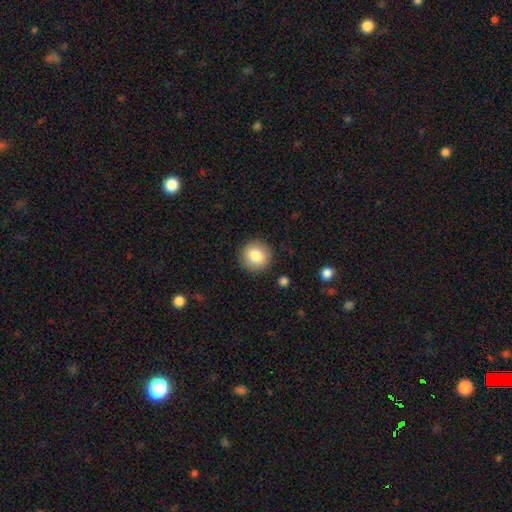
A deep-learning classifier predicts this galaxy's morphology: This appears to be a smooth galaxy with no disk features (84%) that is round (92%). Merging: none (90%).